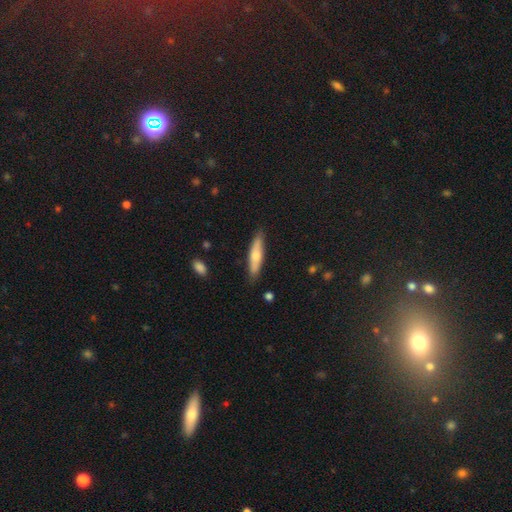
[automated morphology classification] A smooth galaxy with no disk features (64%) that is cigar-shaped (81%).

Vote fractions:
- Smooth or featured? smooth: 64% / featured or disk: 31% / star or artifact: 5%
- How rounded? cigar-shaped: 81% / in between: 17% / round: 2%
- Merging? none: 85% / minor disturbance: 12% / major disturbance: 2% / merger: 2%